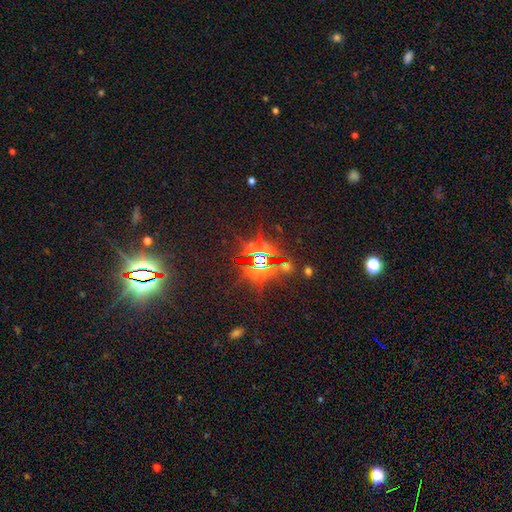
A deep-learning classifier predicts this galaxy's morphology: The model was most divided on "smooth or featured": star or artifact: 84%, featured or disk: 8%, smooth: 8%.